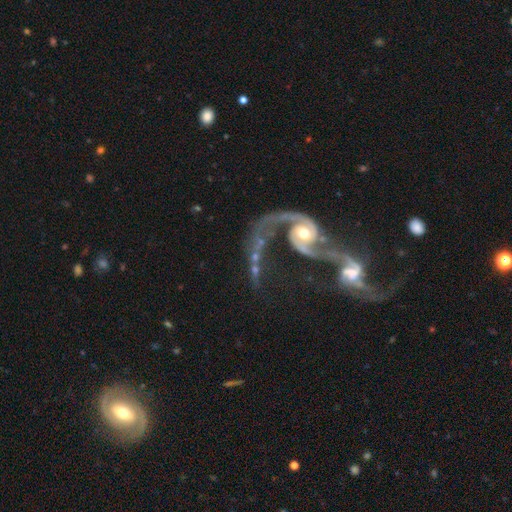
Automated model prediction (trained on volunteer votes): The model was most divided on "spiral winding": loose: 55%, medium: 32%, tight: 12%. More confident: edge-on disk — no (96%); spiral arms — yes (90%); smooth or featured — featured or disk (84%); spiral arm count — 2 (69%); merging — merger (62%); bar — no (61%); bulge size — moderate (61%).